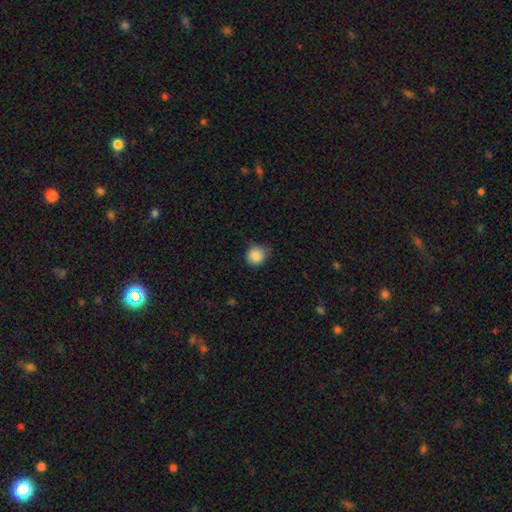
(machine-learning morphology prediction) Smooth or featured?
  - smooth: 87% *
  - star or artifact: 9%
  - featured or disk: 4%
How rounded?
  - round: 86% *
  - in between: 13%
  - cigar-shaped: 1%
Merging?
  - none: 71% *
  - minor disturbance: 23%
  - major disturbance: 5%
  - merger: 1%